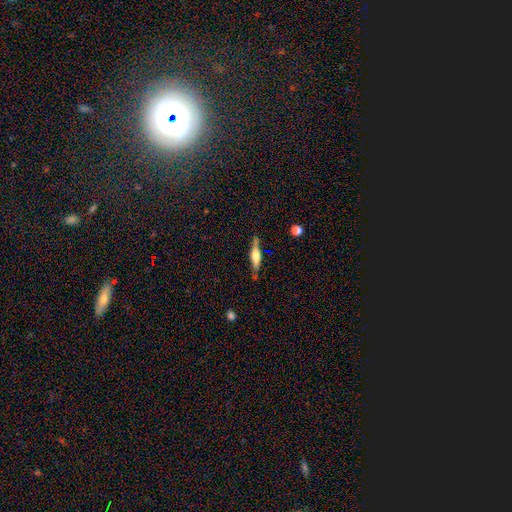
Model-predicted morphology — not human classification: Overall: featured or disk (59%; smooth 35%). Edge-on disk: yes (95%). Edge-on bulge: rounded (70%). Merging: none (77%).